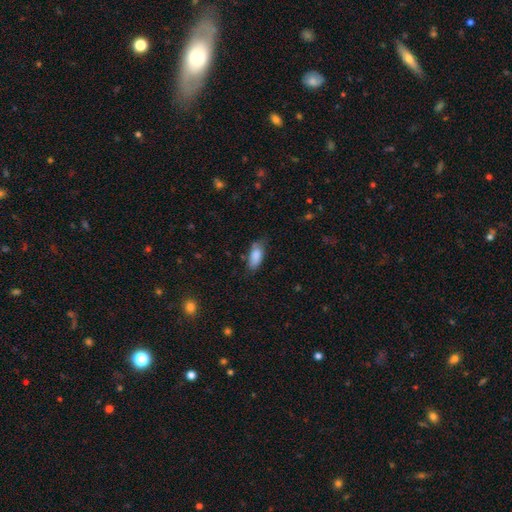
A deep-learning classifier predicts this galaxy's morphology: This is clearly a smooth galaxy (85%). How rounded: clearly in between (85%). Merging: likely none (63%).